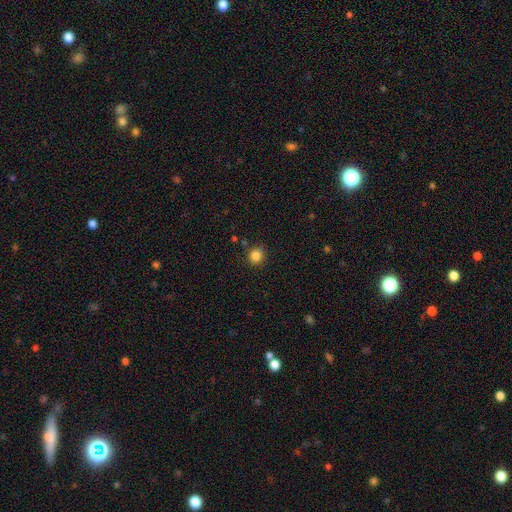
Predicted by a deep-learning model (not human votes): This appears to be a smooth galaxy with no disk features (84%) that is round (89%). Merging: none (87%).